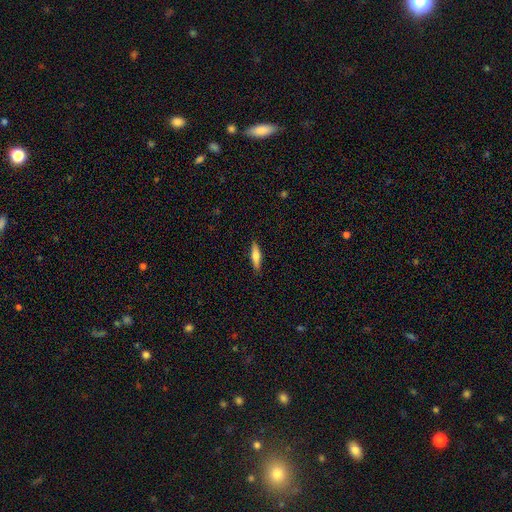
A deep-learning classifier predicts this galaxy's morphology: Smooth or featured?
  - smooth: 65% *
  - featured or disk: 29%
  - star or artifact: 6%
How rounded?
  - cigar-shaped: 71% *
  - in between: 27%
  - round: 2%
Merging?
  - none: 88% *
  - minor disturbance: 9%
  - major disturbance: 2%
  - merger: 1%